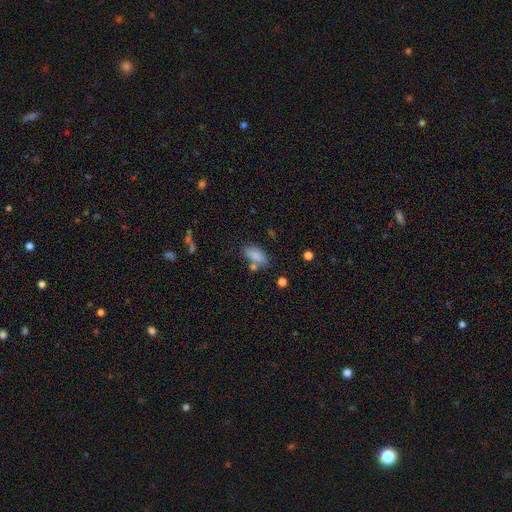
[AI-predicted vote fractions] Smooth or featured? smooth (85%)
How rounded? in between (87%)
Merging? none (63%)